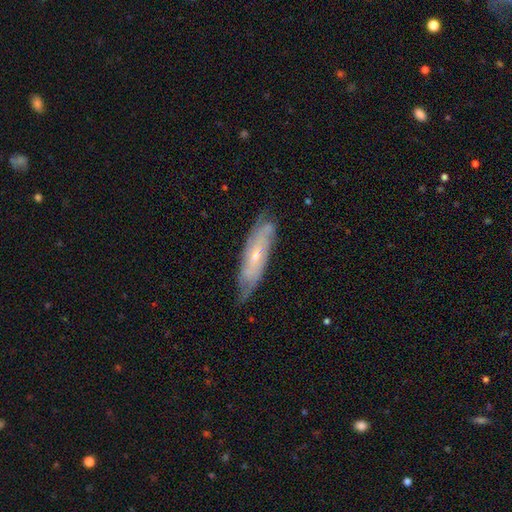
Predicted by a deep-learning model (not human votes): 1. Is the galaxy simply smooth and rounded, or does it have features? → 72% featured or disk, 21% smooth, 6% star or artifact.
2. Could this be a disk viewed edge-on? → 71% no, 29% yes.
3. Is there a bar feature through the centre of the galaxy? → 57% no, 33% weak, 10% strong.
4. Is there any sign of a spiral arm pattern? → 89% yes, 11% no.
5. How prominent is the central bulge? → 67% small, 29% moderate, 2% none, 1% large, 1% dominant.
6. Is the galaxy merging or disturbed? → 75% none, 20% minor disturbance, 4% major disturbance, 1% merger.